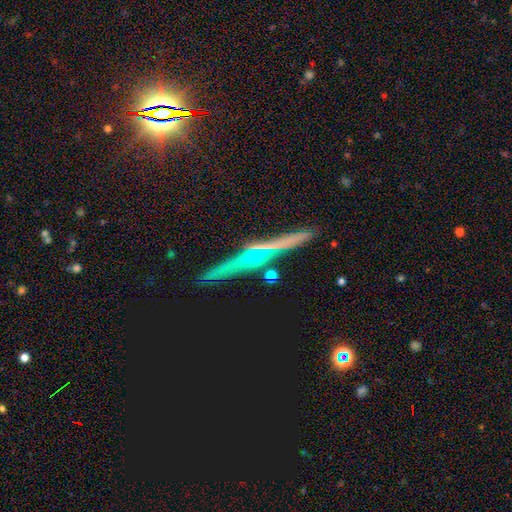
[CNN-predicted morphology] smooth_or_featured: featured or disk (p=0.66) [alt: smooth p=0.18]
disk_edge_on: yes (p=0.95) [alt: no p=0.05]
edge_on_bulge: rounded (p=0.85) [alt: none p=0.10]
merging: none (p=0.88) [alt: minor disturbance p=0.07]